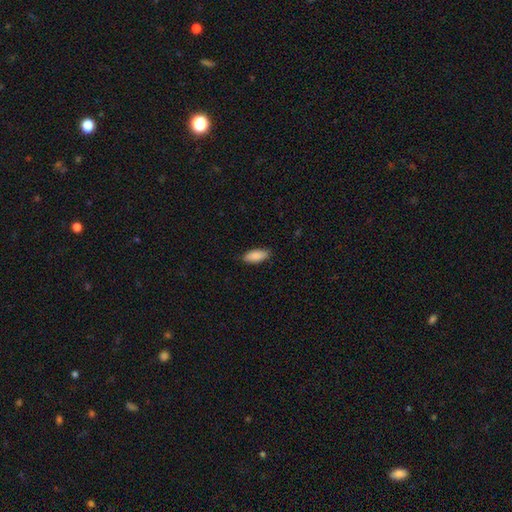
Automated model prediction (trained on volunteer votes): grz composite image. It shows a smooth galaxy with no disk features (89%) that is in between round and cigar-shaped (84%). Merging: none (87%).